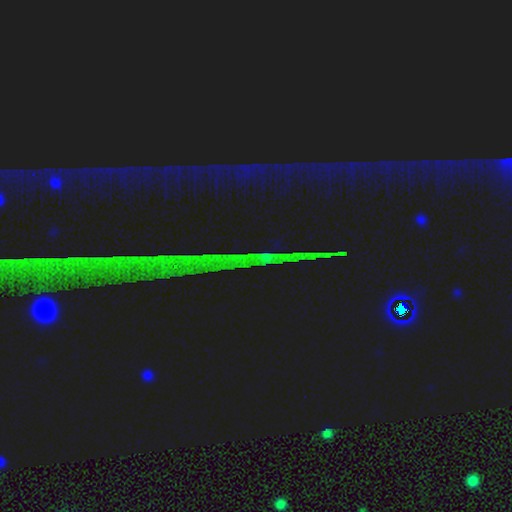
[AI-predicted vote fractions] A star or artifact, not a galaxy (86%).